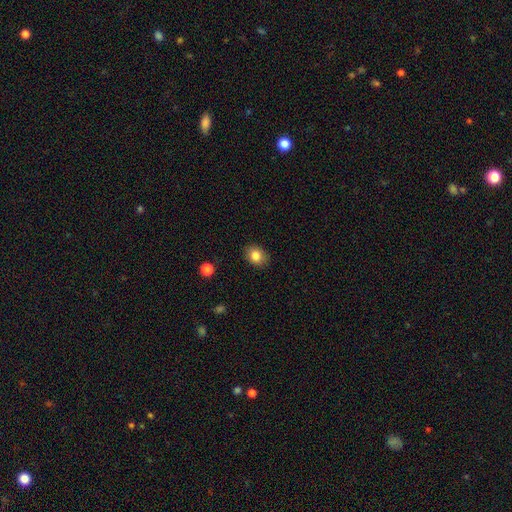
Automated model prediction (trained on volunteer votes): Smooth or featured?
  - smooth: 84% *
  - star or artifact: 10%
  - featured or disk: 7%
How rounded?
  - in between: 50% *
  - round: 49%
  - cigar-shaped: 1%
Merging?
  - none: 87% *
  - minor disturbance: 9%
  - major disturbance: 2%
  - merger: 1%